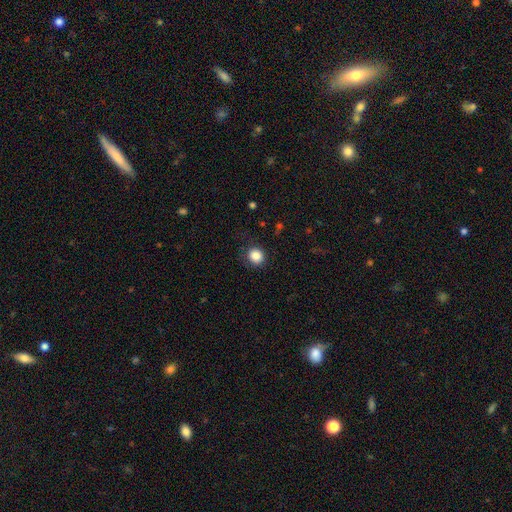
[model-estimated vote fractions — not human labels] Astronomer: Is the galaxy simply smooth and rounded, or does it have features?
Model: smooth — 86%.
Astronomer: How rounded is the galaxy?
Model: round — 83%.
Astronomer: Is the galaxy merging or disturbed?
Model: none — 82%.